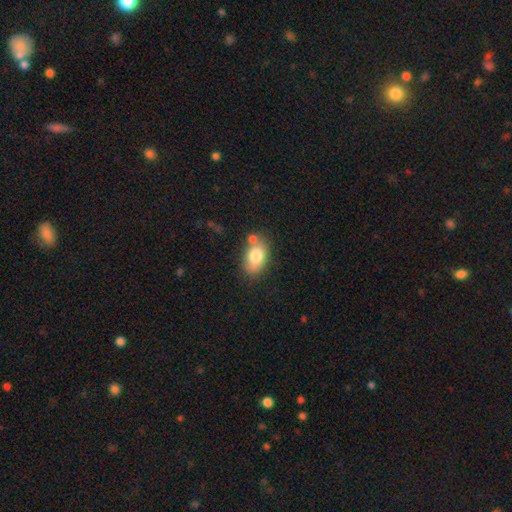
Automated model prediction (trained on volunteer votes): Overall: smooth (78%). How rounded: in between (84%). Merging: none (58%; minor disturbance 19%).